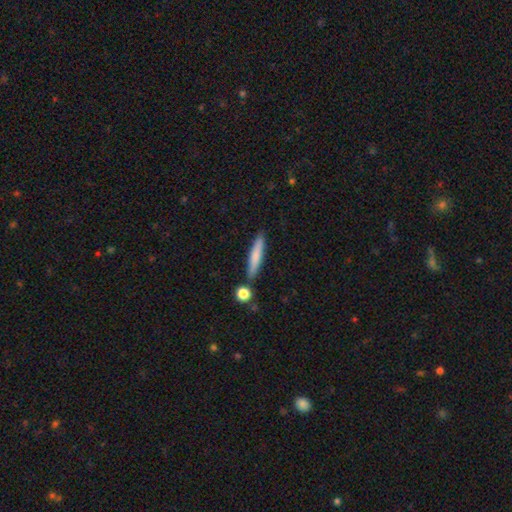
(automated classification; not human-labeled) Smooth or featured?
  - smooth: 73% *
  - featured or disk: 21%
  - star or artifact: 6%
How rounded?
  - cigar-shaped: 89% *
  - in between: 9%
  - round: 2%
Merging?
  - none: 82% *
  - minor disturbance: 10%
  - merger: 6%
  - major disturbance: 2%